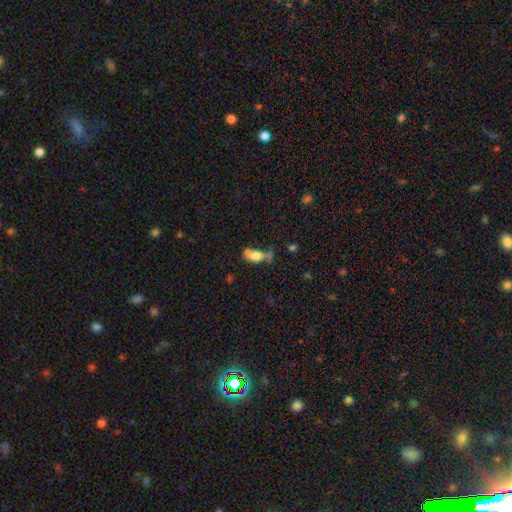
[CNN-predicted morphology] smooth_or_featured: smooth (p=0.62) [alt: featured or disk p=0.26]
how_rounded: in between (p=0.78) [alt: round p=0.14]
merging: merger (p=0.28) [alt: none p=0.27]